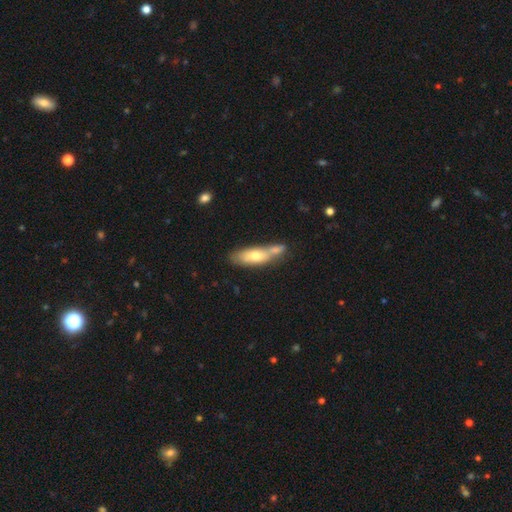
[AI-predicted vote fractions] Morphology: type=smooth (62%); roundness=in between (54%); merging=none (40%).